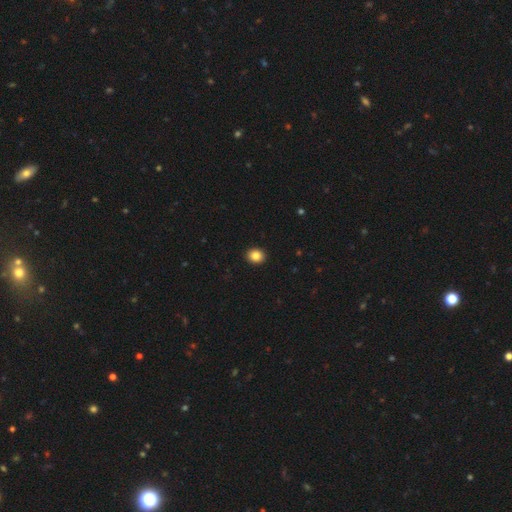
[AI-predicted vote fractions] This is clearly a smooth galaxy (85%). How rounded: likely round (62%). Merging: clearly none (93%).